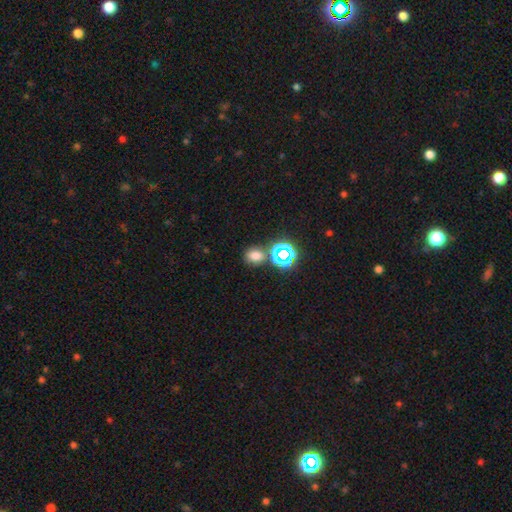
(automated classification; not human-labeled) A smooth galaxy with no disk features (67%) that is round (55%). Merging: none (73%).